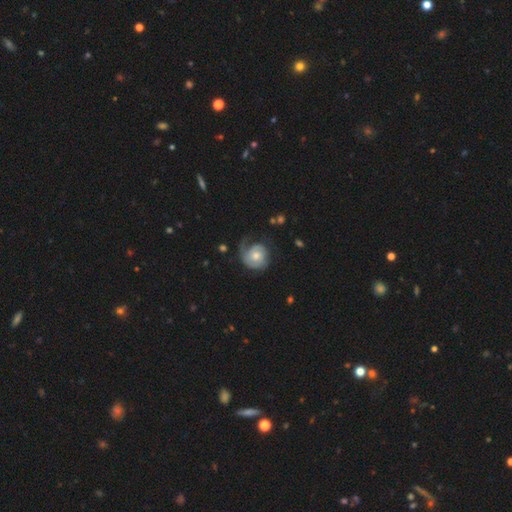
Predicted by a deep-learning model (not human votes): Q: Smooth or featured?
A: featured or disk (64%); runner-up: smooth (30%)
Q: Edge-on disk?
A: no (98%); runner-up: yes (2%)
Q: Bar?
A: no (77%); runner-up: weak (20%)
Q: Spiral arms?
A: yes (86%); runner-up: no (14%)
Q: Spiral winding?
A: tight (51%); runner-up: medium (28%)
Q: Spiral arm count?
A: 1 (61%); runner-up: 2 (18%)
Q: Bulge size?
A: moderate (62%); runner-up: small (27%)
Q: Merging?
A: none (48%); runner-up: major disturbance (26%)